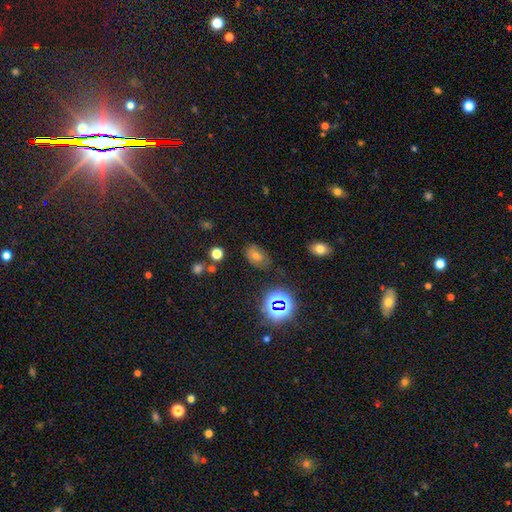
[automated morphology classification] Smooth or featured?
  - smooth: 55% *
  - star or artifact: 30%
  - featured or disk: 14%
How rounded?
  - in between: 82% *
  - round: 17%
  - cigar-shaped: 2%
Merging?
  - none: 75% *
  - minor disturbance: 17%
  - major disturbance: 5%
  - merger: 3%